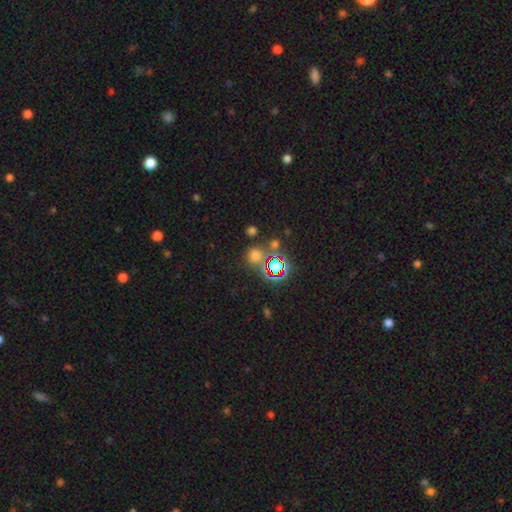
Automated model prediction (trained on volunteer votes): Q: Smooth or featured?
A: smooth (57%); runner-up: star or artifact (36%)
Q: How rounded?
A: round (84%); runner-up: in between (15%)
Q: Merging?
A: none (73%); runner-up: merger (12%)